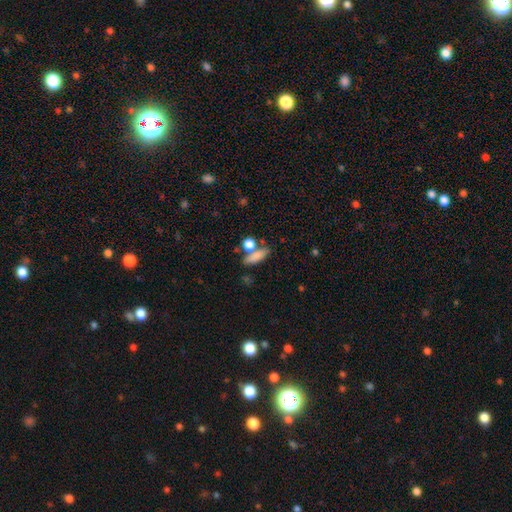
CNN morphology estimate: Smooth or featured: smooth — 80% (featured or disk — 11%)
How rounded: in between — 49% (cigar-shaped — 39%)
Merging: none — 62% (merger — 21%)